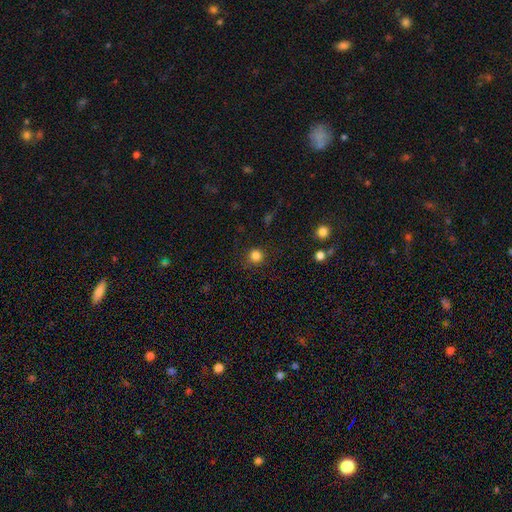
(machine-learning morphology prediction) smooth-or-featured: smooth: 83% | star or artifact: 13% | featured or disk: 4%
  how-rounded: round: 94% | in between: 5% | cigar-shaped: 1%
  merging: none: 87% | minor disturbance: 8% | major disturbance: 3% | merger: 2%